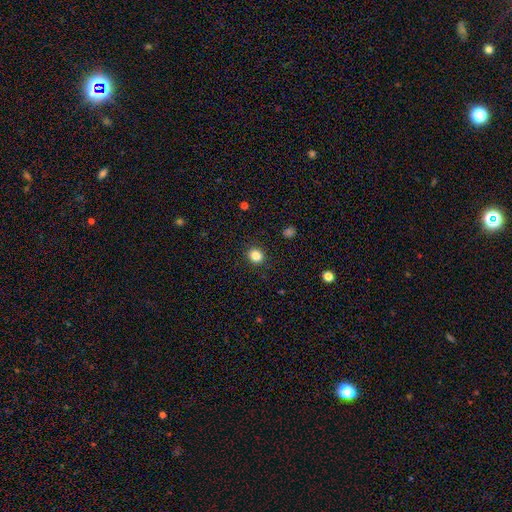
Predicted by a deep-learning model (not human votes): Smooth or featured? smooth (84%)
How rounded? round (79%)
Merging? none (90%)